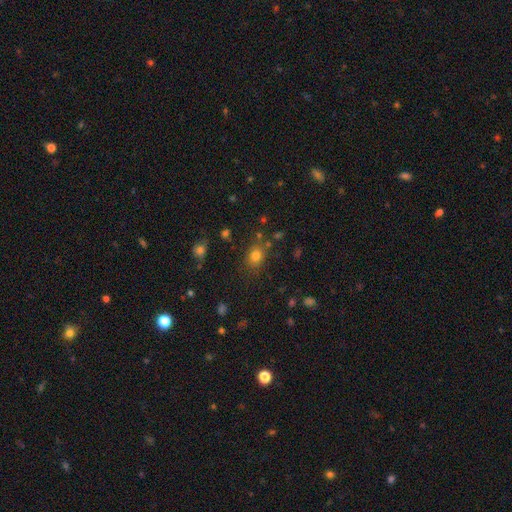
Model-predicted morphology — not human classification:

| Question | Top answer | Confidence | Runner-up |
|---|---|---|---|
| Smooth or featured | smooth | 76% | star or artifact (16%) |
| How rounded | round | 52% | in between (47%) |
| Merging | none | 76% | minor disturbance (14%) |